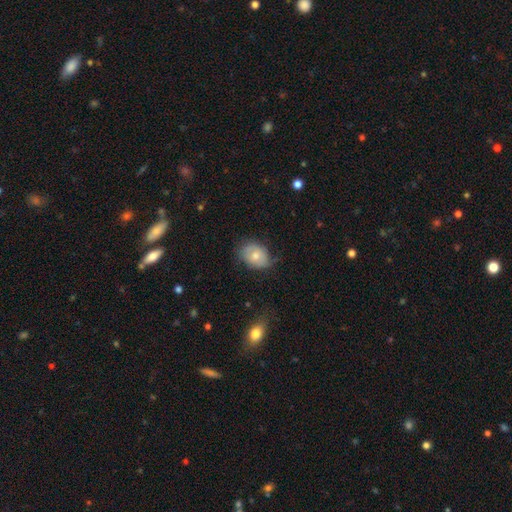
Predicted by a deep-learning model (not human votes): Morphology: type=smooth (66%); roundness=in between (67%); merging=none (60%).